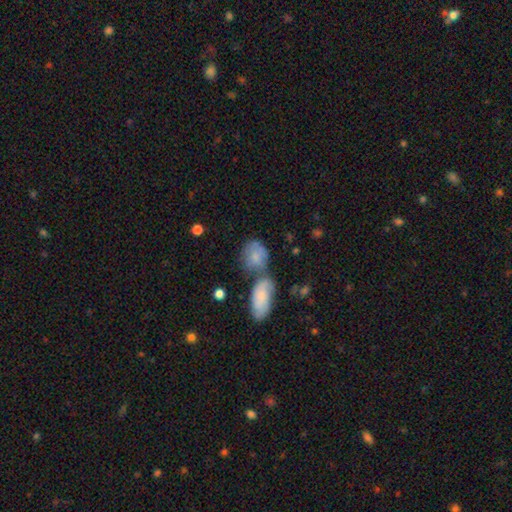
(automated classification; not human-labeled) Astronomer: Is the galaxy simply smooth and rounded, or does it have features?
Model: smooth — 71%.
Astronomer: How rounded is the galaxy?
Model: in between — 53% (runner-up: round, 45%).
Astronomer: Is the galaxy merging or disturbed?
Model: merger — 46% (runner-up: none, 31%).